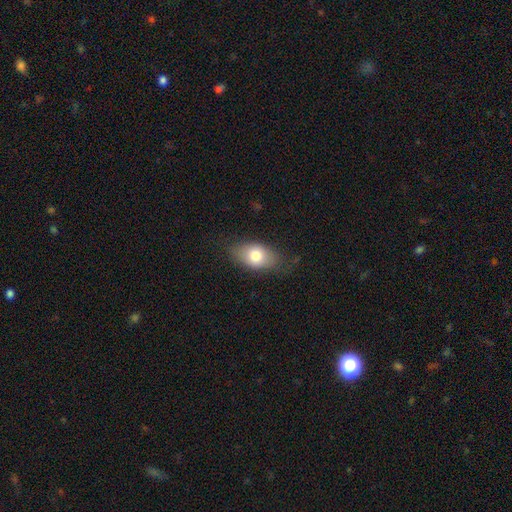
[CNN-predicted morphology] Smooth or featured: smooth — 76% (featured or disk — 16%)
How rounded: in between — 88% (round — 10%)
Merging: none — 74% (minor disturbance — 20%)